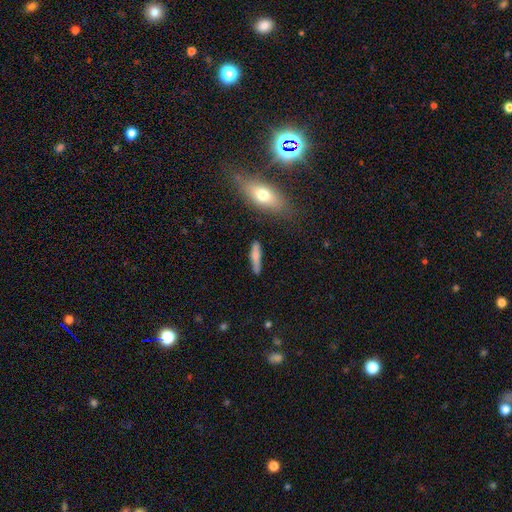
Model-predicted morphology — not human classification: A smooth galaxy with no disk features (69%) that is cigar-shaped (82%). Merging: none (77%).